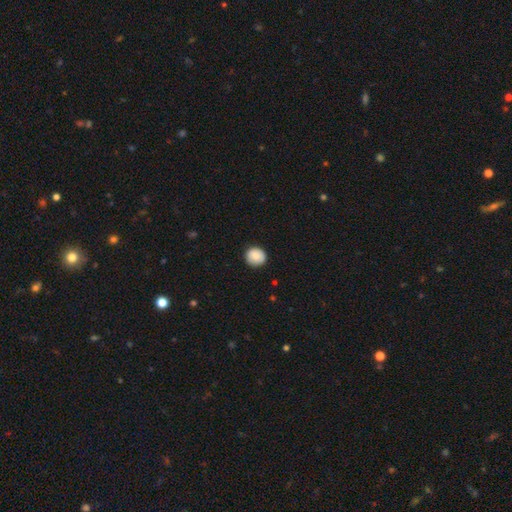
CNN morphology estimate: Smooth or featured? smooth (87%)
How rounded? round (89%)
Merging? none (89%)